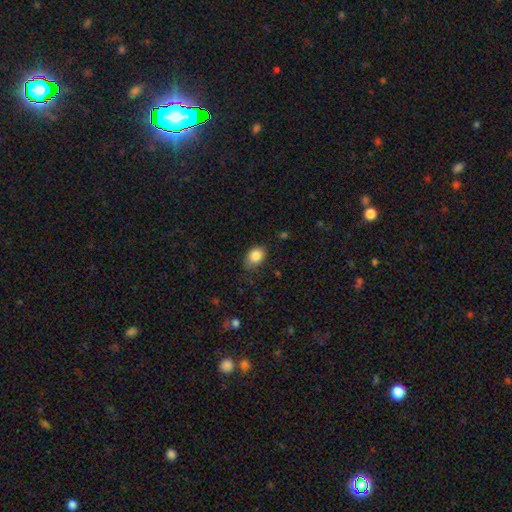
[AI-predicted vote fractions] The model was most divided on "merging": none: 73%, minor disturbance: 22%, major disturbance: 4%, merger: 1%. More confident: smooth or featured — smooth (86%); how rounded — in between (79%).